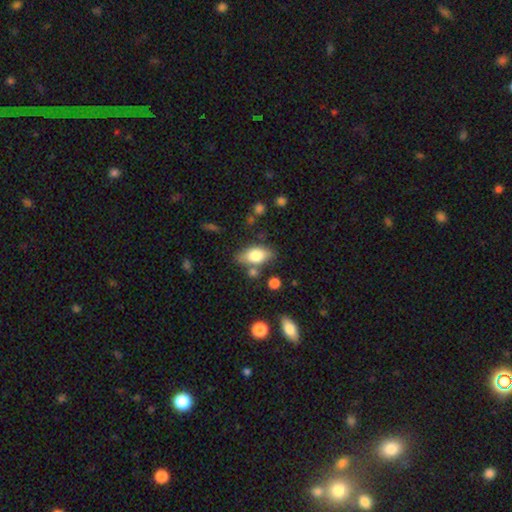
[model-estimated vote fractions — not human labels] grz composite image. It shows a smooth galaxy with no disk features (75%) that is in between round and cigar-shaped (87%). Merging: none (71%).